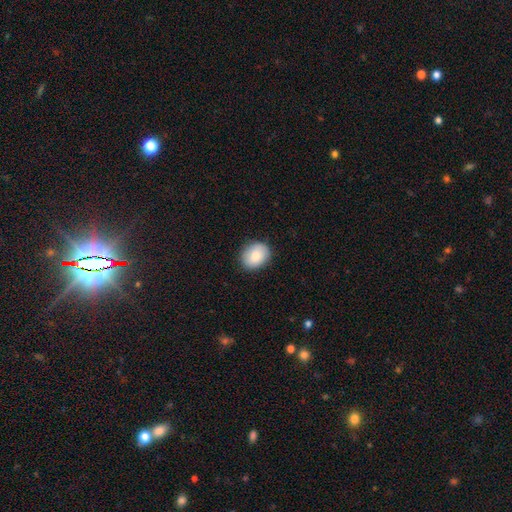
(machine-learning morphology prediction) smooth-or-featured: smooth: 83% | featured or disk: 10% | star or artifact: 7%
  how-rounded: round: 56% | in between: 44% | cigar-shaped: 1%
  merging: none: 87% | minor disturbance: 10% | major disturbance: 2% | merger: 1%